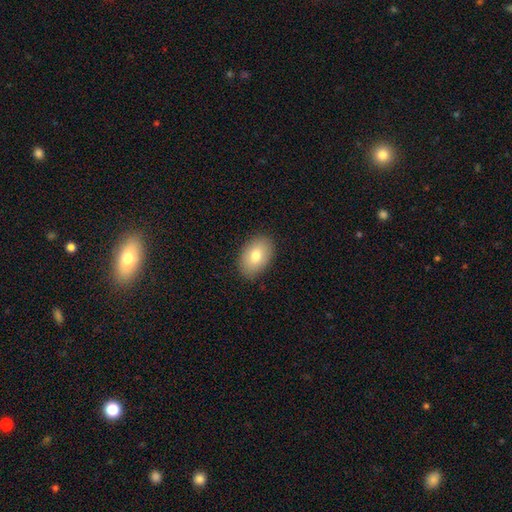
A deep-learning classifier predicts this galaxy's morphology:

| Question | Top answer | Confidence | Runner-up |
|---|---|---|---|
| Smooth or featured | smooth | 78% | featured or disk (14%) |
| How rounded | in between | 86% | round (13%) |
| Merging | none | 87% | minor disturbance (10%) |